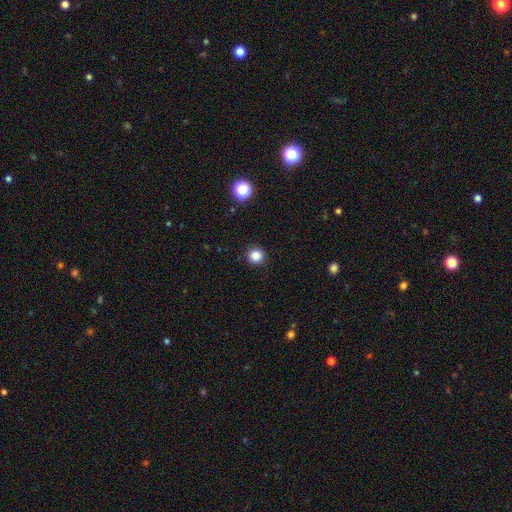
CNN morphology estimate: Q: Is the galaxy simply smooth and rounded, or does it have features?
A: smooth — 85%.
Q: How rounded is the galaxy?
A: round — 94%.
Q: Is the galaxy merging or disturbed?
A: none — 92%.